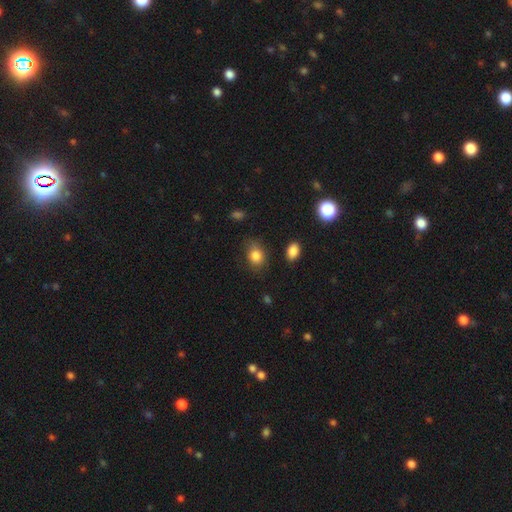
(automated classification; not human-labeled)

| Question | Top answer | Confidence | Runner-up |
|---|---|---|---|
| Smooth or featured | smooth | 84% | star or artifact (9%) |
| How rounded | in between | 58% | round (41%) |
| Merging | none | 69% | minor disturbance (22%) |